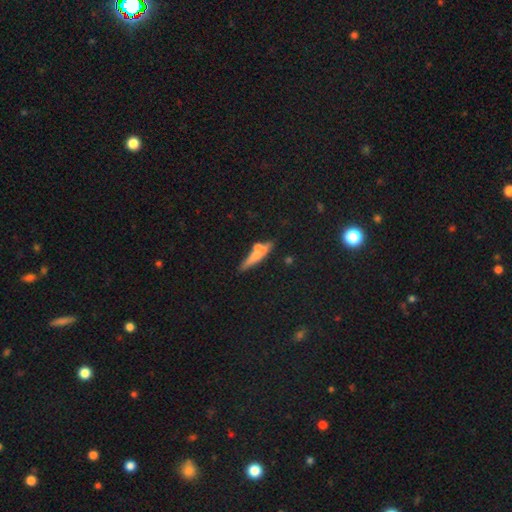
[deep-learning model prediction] smooth_or_featured: smooth (p=0.52) [alt: featured or disk p=0.38]
how_rounded: cigar-shaped (p=0.79) [alt: in between p=0.17]
merging: none (p=0.57) [alt: merger p=0.23]